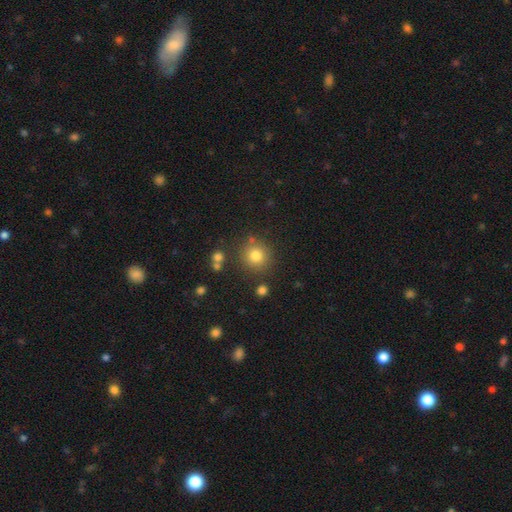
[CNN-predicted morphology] type=smooth (80%); roundness=round (92%); merging=none (82%).